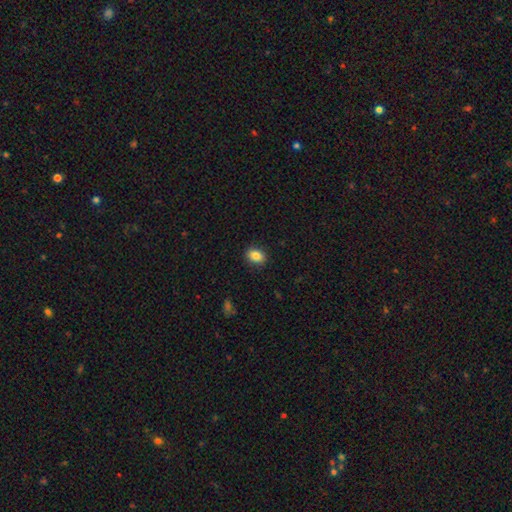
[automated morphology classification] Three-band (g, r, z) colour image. It shows a smooth galaxy with no disk features (86%) that is in between round and cigar-shaped (72%). Merging: none (89%).